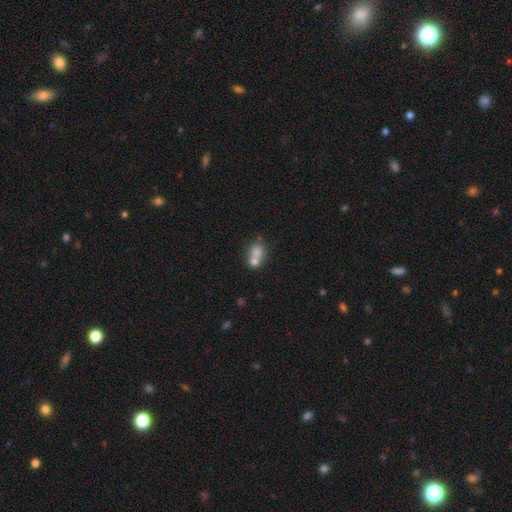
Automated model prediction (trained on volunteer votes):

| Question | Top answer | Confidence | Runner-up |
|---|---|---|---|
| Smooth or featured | smooth | 72% | featured or disk (18%) |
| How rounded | round | 62% | in between (36%) |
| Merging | merger | 64% | none (27%) |